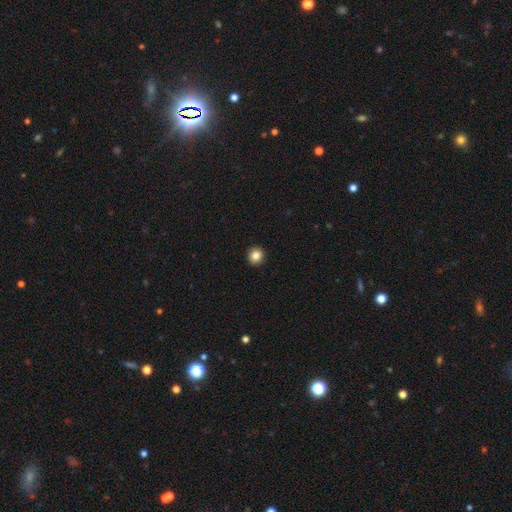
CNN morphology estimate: smooth-or-featured: smooth: 85% | star or artifact: 10% | featured or disk: 5%
  how-rounded: round: 92% | in between: 7% | cigar-shaped: 1%
  merging: none: 93% | minor disturbance: 4% | major disturbance: 1% | merger: 1%